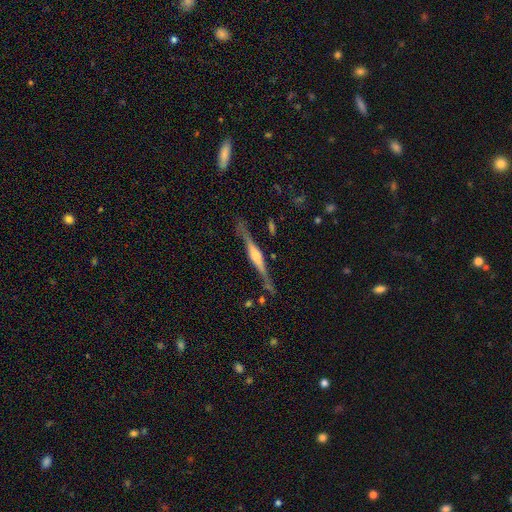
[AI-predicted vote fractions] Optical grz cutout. It shows a featured or disk galaxy (79%) viewed edge-on (97%) with a rounded central bulge (62%). Merging: none (80%).